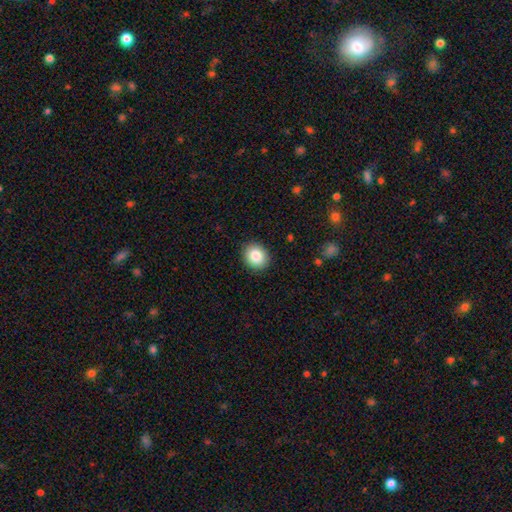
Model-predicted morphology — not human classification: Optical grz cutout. It shows a smooth galaxy with no disk features (85%) that is round (74%). Merging: none (90%).